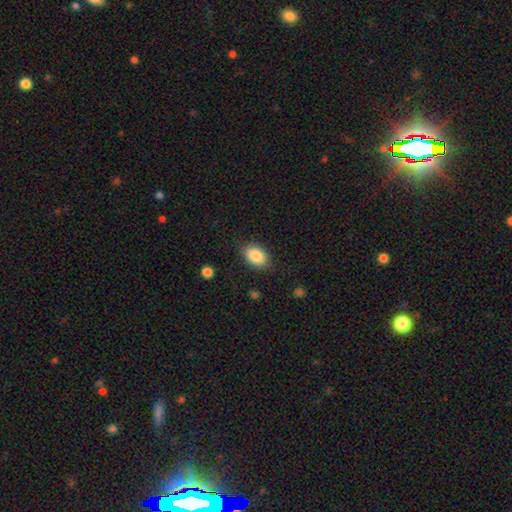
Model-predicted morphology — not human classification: Smooth or featured? Predicted: smooth (p=0.86). How rounded? Predicted: in between (p=0.87). Merging? Predicted: none (p=0.79).